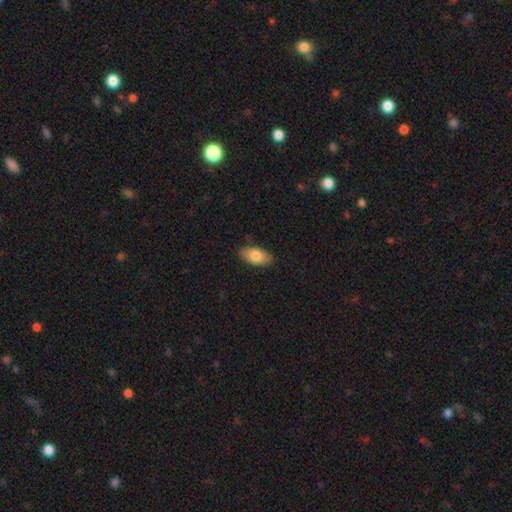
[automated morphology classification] Smooth or featured? smooth (80%)
How rounded? in between (92%)
Merging? none (84%)